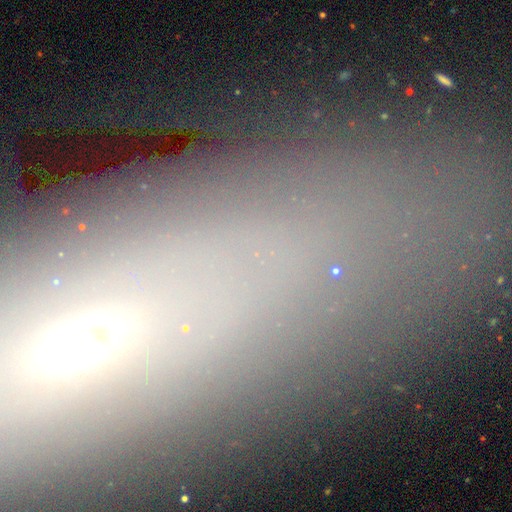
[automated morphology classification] This is possibly a star or artifact rather than a galaxy (49%).